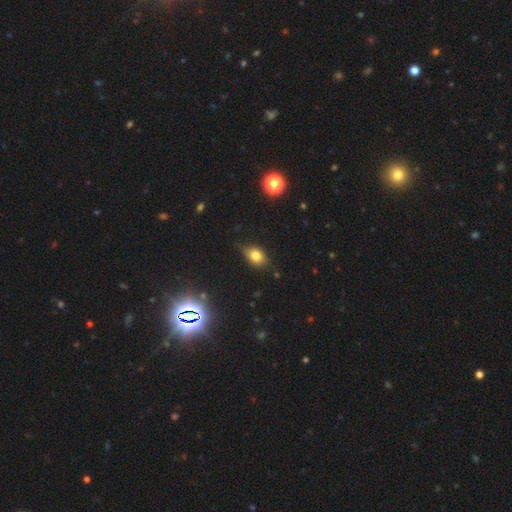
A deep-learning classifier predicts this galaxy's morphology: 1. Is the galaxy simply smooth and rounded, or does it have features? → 73% smooth, 13% featured or disk, 13% star or artifact.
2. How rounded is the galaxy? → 67% in between, 31% round, 2% cigar-shaped.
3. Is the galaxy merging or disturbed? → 65% none, 28% minor disturbance, 6% major disturbance, 2% merger.